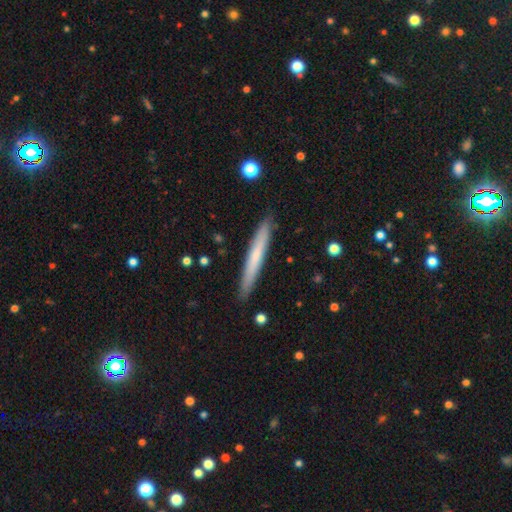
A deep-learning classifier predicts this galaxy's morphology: Smooth or featured? Predicted: smooth (p=0.60). How rounded? Predicted: cigar-shaped (p=0.96). Merging? Predicted: none (p=0.90).